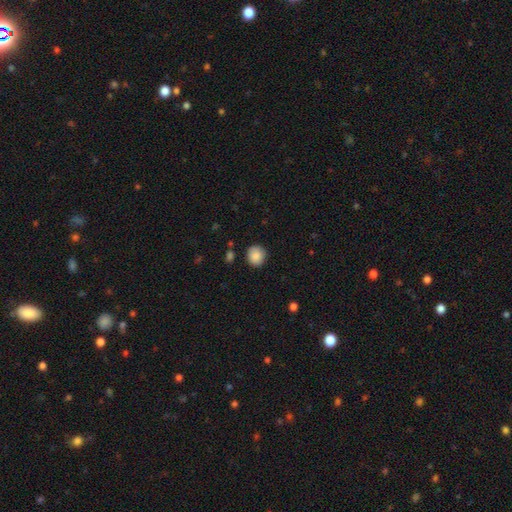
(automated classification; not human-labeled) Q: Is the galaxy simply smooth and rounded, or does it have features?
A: smooth — 88%.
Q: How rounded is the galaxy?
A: round — 86%.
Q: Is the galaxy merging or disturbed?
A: none — 86%.